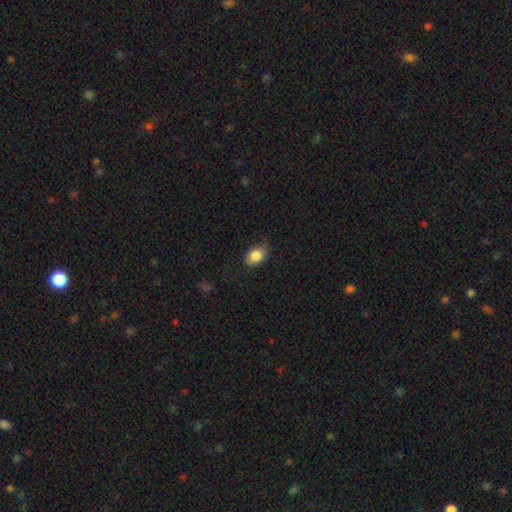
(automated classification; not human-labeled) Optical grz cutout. It shows a smooth galaxy with no disk features (86%) that is in between round and cigar-shaped (79%). Merging: none (75%).